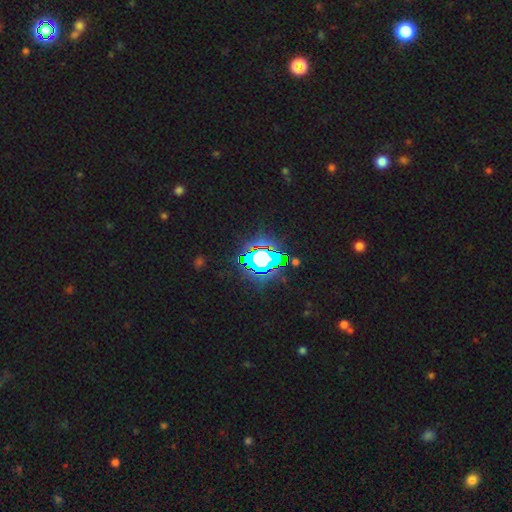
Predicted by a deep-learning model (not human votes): This appears to be a star or artifact, not a galaxy (67%).